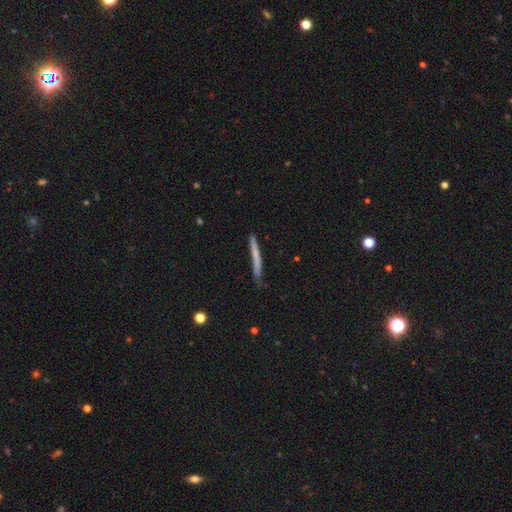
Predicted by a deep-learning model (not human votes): This is likely a smooth galaxy (61%). How rounded: clearly cigar-shaped (96%). Merging: likely none (69%).